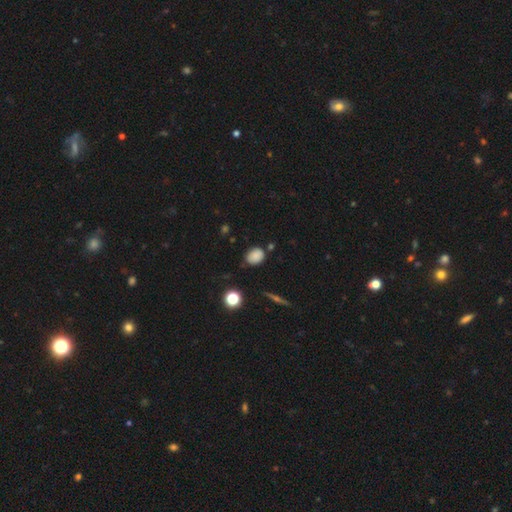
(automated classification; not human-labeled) Morphology: type=smooth (81%); roundness=in between (60%); merging=none (75%).